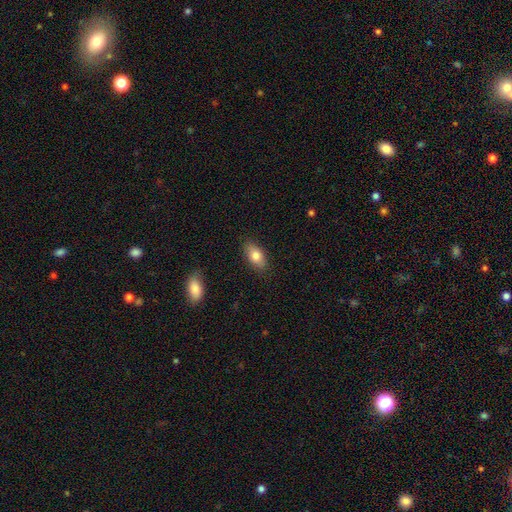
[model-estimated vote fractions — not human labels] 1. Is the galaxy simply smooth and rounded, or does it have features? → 80% smooth, 13% featured or disk, 7% star or artifact.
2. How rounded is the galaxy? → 89% in between, 6% cigar-shaped, 5% round.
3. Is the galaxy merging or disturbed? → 86% none, 11% minor disturbance, 2% major disturbance, 1% merger.